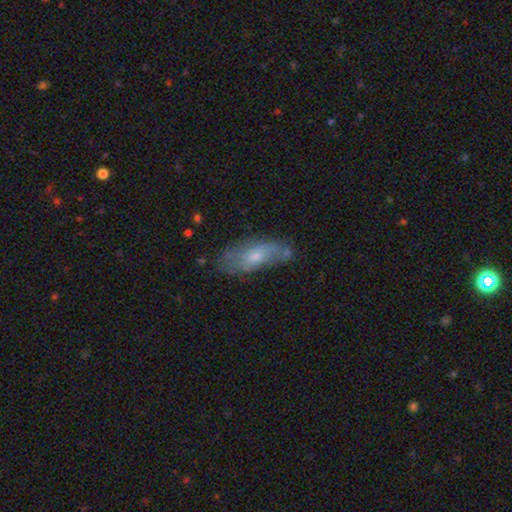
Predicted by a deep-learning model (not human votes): Overall: smooth (54%; featured or disk 39%). How rounded: in between (76%). Merging: none (58%; minor disturbance 27%).